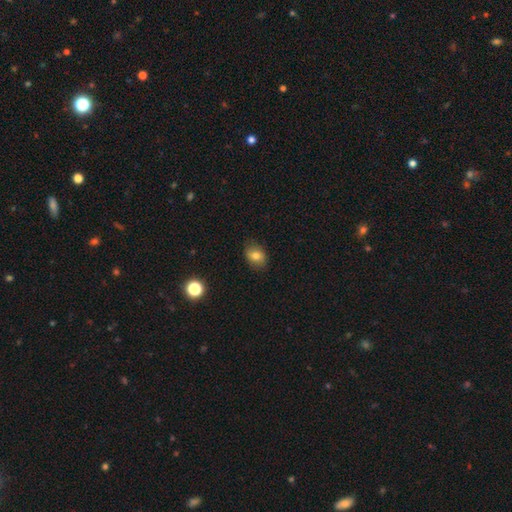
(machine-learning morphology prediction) A smooth galaxy with no disk features (78%) that is in between round and cigar-shaped (66%).

Vote fractions:
- Smooth or featured? smooth: 78% / featured or disk: 12% / star or artifact: 11%
- How rounded? in between: 66% / round: 33% / cigar-shaped: 1%
- Merging? none: 83% / minor disturbance: 13% / major disturbance: 3% / merger: 1%